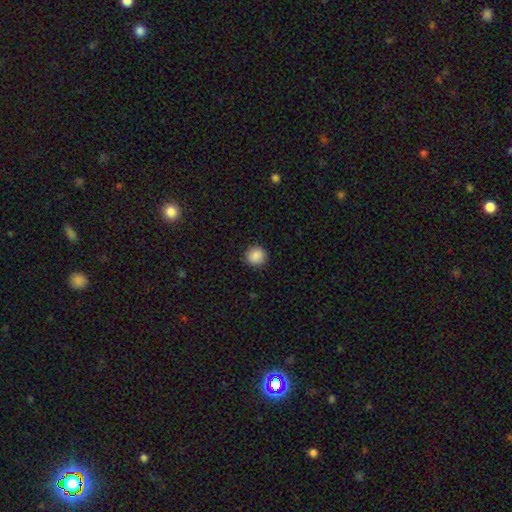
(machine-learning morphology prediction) This is clearly a smooth galaxy (88%). How rounded: clearly round (93%). Merging: clearly none (91%).